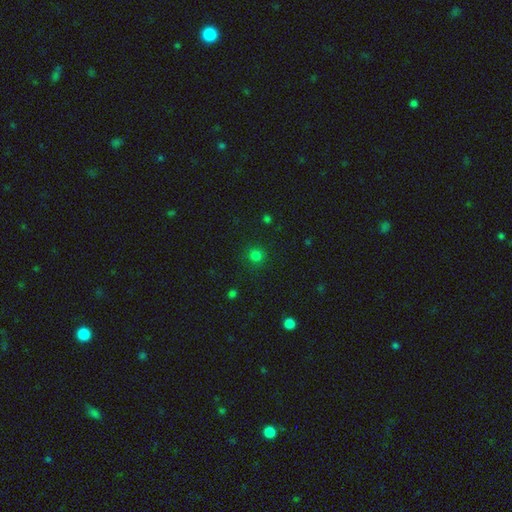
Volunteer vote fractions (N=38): smooth-or-featured: smooth: 89% | featured or disk: 8% | star or artifact: 3%
  how-rounded: round: 100% | in between: 0% | cigar-shaped: 0%
  merging: none: 95% | minor disturbance: 5% | major disturbance: 0% | merger: 0%